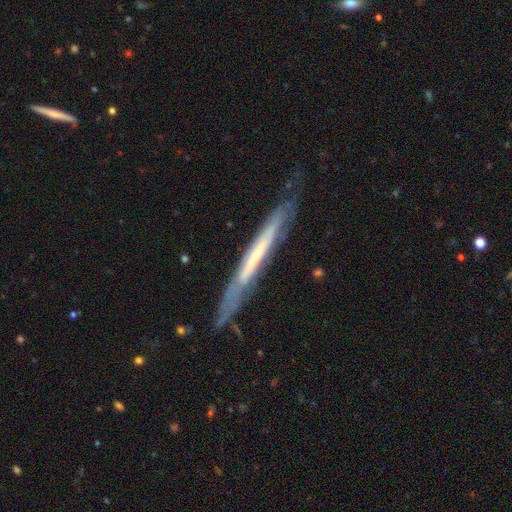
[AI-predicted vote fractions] featured or disk 67%, smooth 27%, star or artifact 6%. Down the decision tree: edge-on disk — yes (86%); edge-on bulge — none (78%); merging — none (72%).